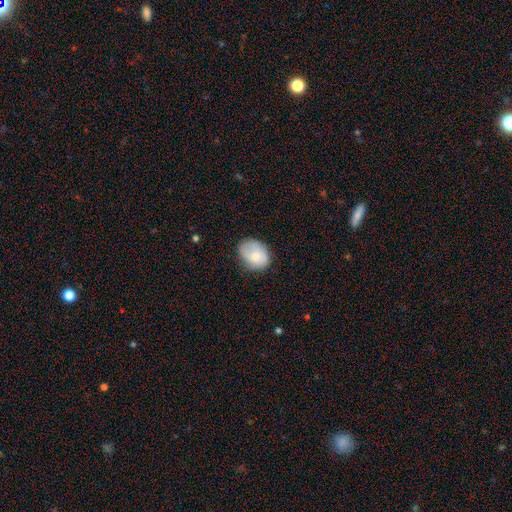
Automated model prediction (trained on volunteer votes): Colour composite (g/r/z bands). It shows a smooth galaxy with no disk features (75%) that is in between round and cigar-shaped (59%). Merging: none (64%).